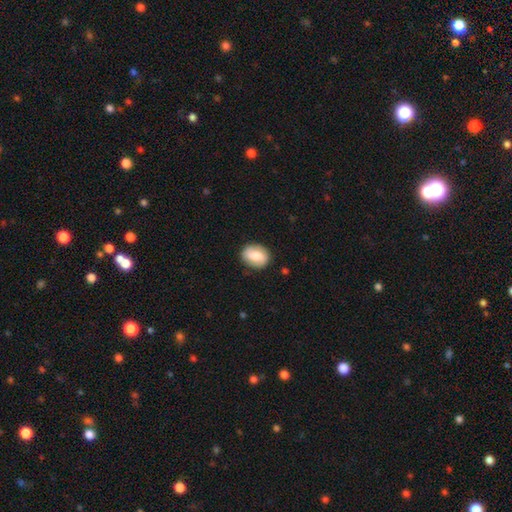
Smooth or featured? 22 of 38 (58%) said smooth. How rounded? 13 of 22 (59%) said in between. Merging? 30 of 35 (86%) said none.